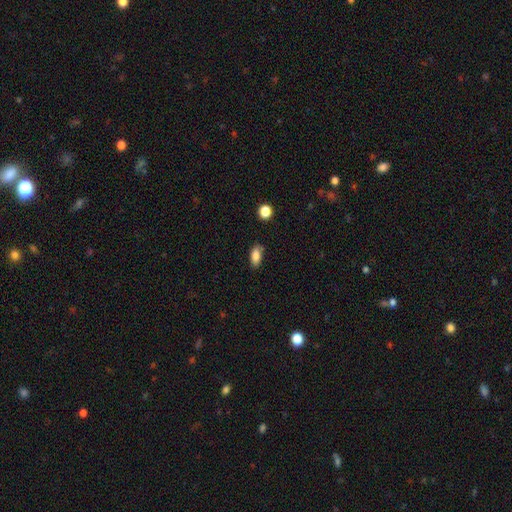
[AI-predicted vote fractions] This appears to be a smooth galaxy with no disk features (84%) that is in between round and cigar-shaped (87%). Merging: none (72%).